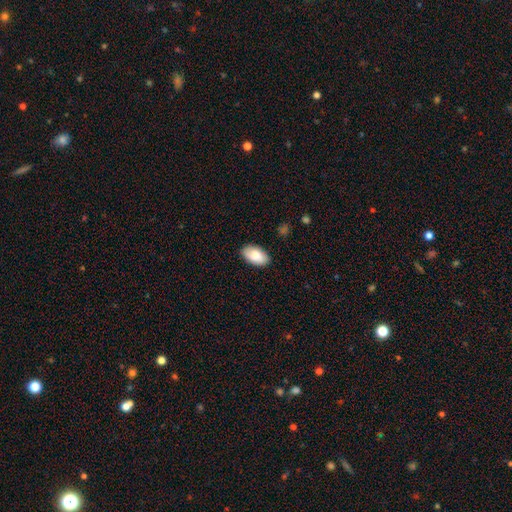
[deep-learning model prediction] smooth_or_featured: smooth (p=0.86) [alt: featured or disk p=0.08]
how_rounded: in between (p=0.95) [alt: round p=0.04]
merging: none (p=0.87) [alt: minor disturbance p=0.10]